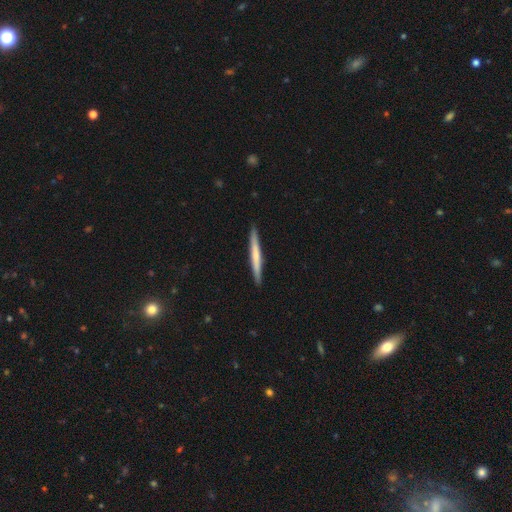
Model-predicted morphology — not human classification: Smooth or featured? smooth (54%)
How rounded? cigar-shaped (97%)
Merging? none (92%)